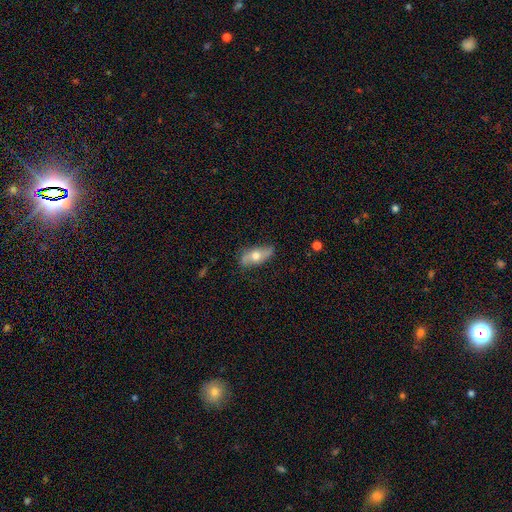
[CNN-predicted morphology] This appears to be a smooth galaxy with no disk features (49%). Merging: none (75%).